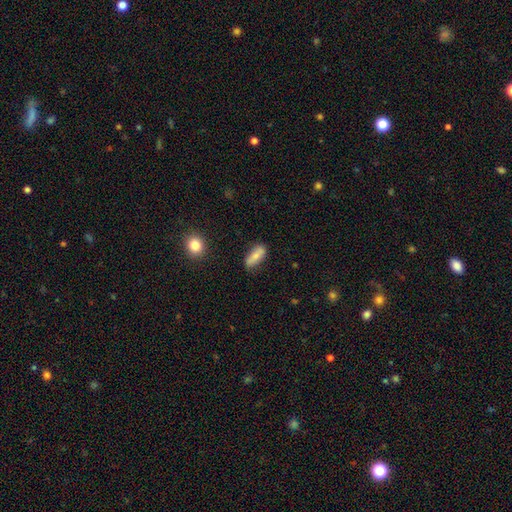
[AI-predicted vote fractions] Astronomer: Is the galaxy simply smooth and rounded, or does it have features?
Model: smooth — 74%.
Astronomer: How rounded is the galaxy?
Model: in between — 71%.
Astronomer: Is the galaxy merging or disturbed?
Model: none — 76%.